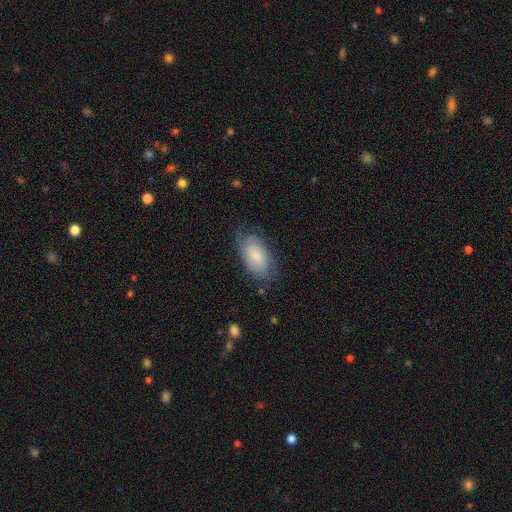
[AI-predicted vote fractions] A smooth galaxy with no disk features (77%) that is in between round and cigar-shaped (94%). Merging: none (70%).